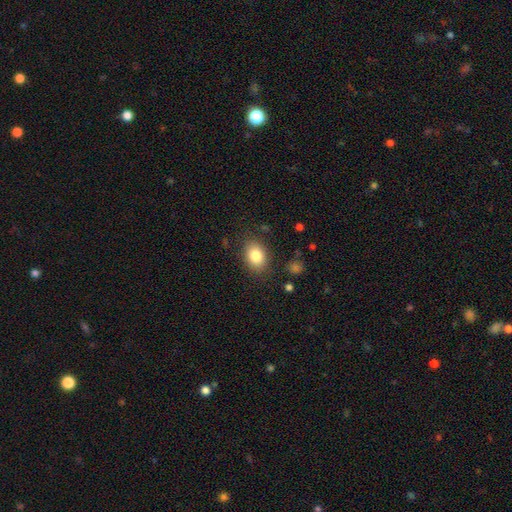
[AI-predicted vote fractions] smooth 83%, star or artifact 9%, featured or disk 8%. Down the decision tree: how rounded — in between (71%); merging — none (83%).